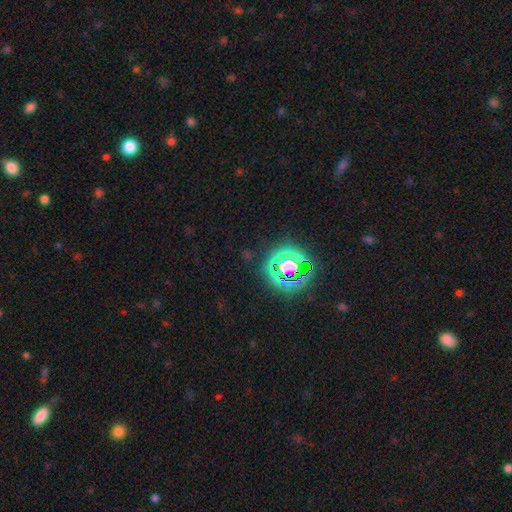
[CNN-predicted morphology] The model was most divided on "smooth or featured": star or artifact: 77%, smooth: 16%, featured or disk: 7%.